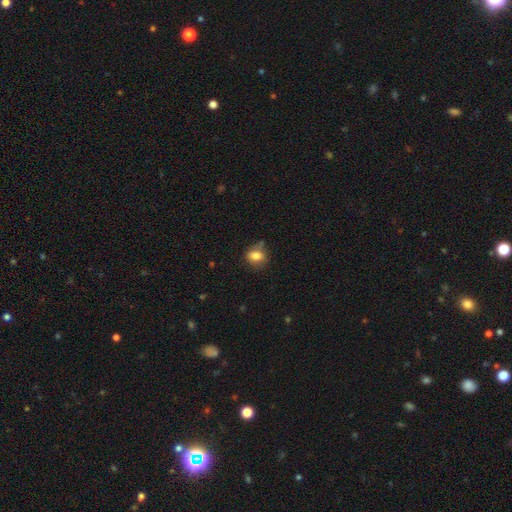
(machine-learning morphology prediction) Overall: smooth (79%). How rounded: in between (62%; round 36%). Merging: none (60%; minor disturbance 26%).